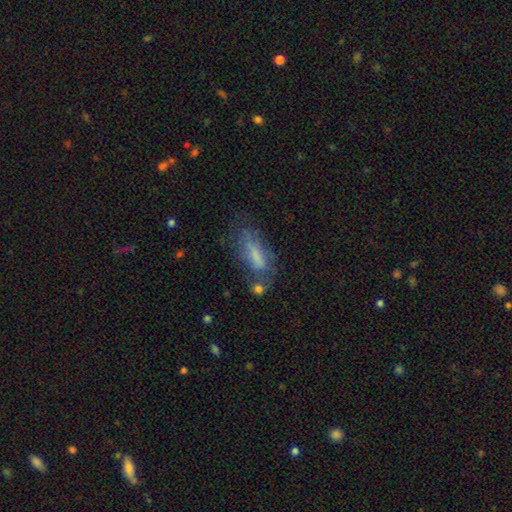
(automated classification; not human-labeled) This appears to be a smooth galaxy with no disk features (58%) that is in between round and cigar-shaped (64%). Merging: none (48%).